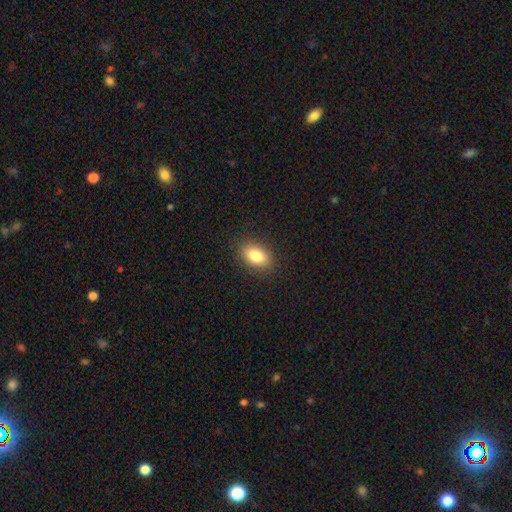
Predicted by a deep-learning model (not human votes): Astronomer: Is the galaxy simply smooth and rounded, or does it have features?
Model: smooth — 84%.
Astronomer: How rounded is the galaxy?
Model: in between — 87%.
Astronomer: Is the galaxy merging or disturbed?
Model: none — 88%.